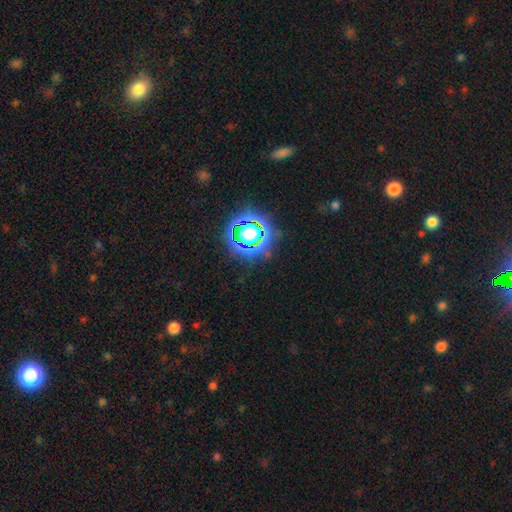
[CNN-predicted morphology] smooth_or_featured: star or artifact (p=0.81) [alt: smooth p=0.12]